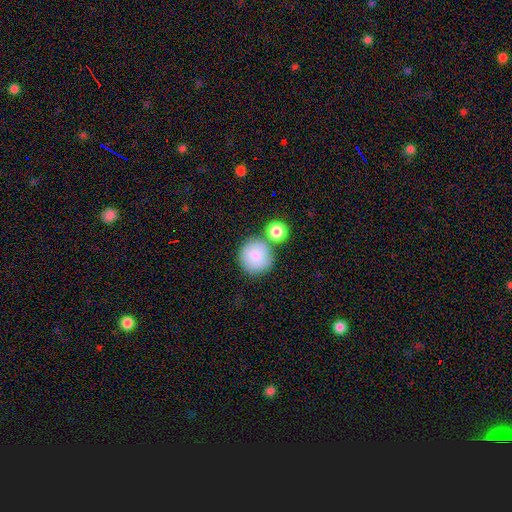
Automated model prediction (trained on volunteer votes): Q: Smooth or featured?
A: smooth (82%); runner-up: featured or disk (10%)
Q: How rounded?
A: round (93%); runner-up: in between (6%)
Q: Merging?
A: none (66%); runner-up: merger (18%)